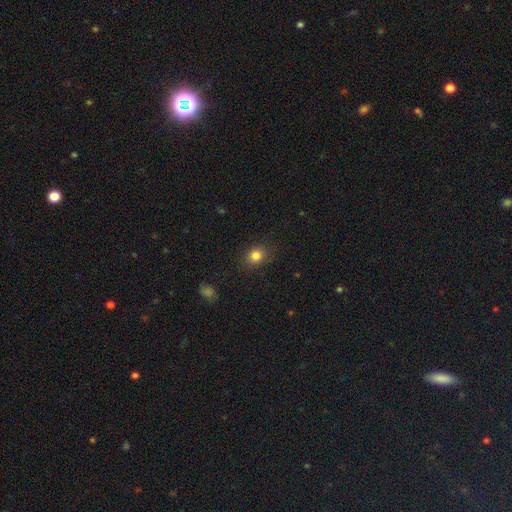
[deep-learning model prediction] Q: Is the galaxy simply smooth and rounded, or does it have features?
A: smooth — 82%.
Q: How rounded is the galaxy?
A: round — 57%.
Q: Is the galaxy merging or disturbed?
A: none — 85%.